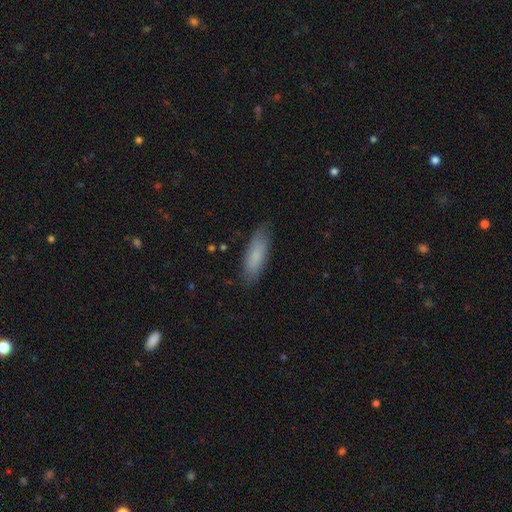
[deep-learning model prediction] smooth 81%, featured or disk 13%, star or artifact 6%. Down the decision tree: how rounded — in between (54%); merging — none (82%).